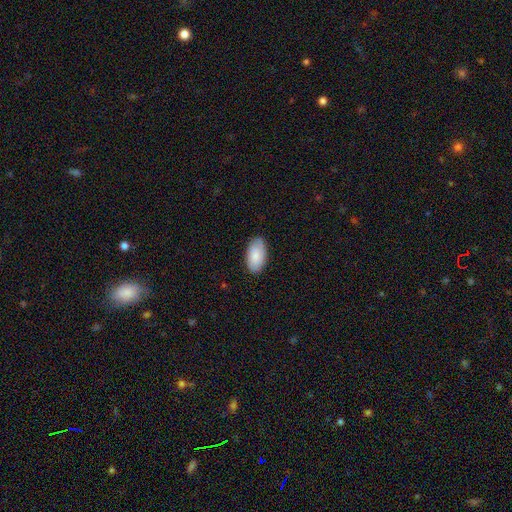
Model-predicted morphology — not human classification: A smooth galaxy with no disk features (82%) that is in between round and cigar-shaped (96%).

Vote fractions:
- Smooth or featured? smooth: 82% / featured or disk: 12% / star or artifact: 6%
- How rounded? in between: 96% / round: 3% / cigar-shaped: 2%
- Merging? none: 86% / minor disturbance: 11% / major disturbance: 2% / merger: 1%